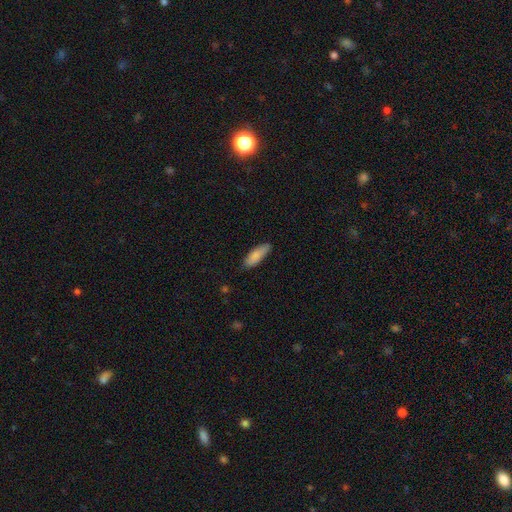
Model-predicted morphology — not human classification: This is clearly a smooth galaxy (84%). How rounded: likely in between (61%). Merging: likely none (78%).